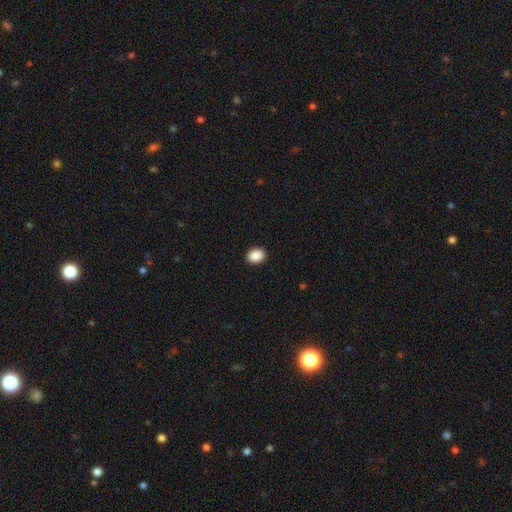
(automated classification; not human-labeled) The model was most divided on "how rounded": in between: 62%, round: 37%, cigar-shaped: 1%. More confident: merging — none (91%); smooth or featured — smooth (89%).